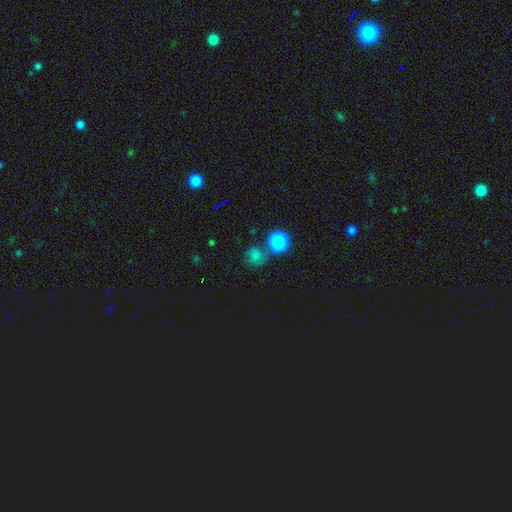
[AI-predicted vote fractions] A smooth galaxy with no disk features (63%) that is round (84%).

Vote fractions:
- Smooth or featured? smooth: 63% / star or artifact: 22% / featured or disk: 15%
- How rounded? round: 84% / in between: 15% / cigar-shaped: 1%
- Merging? none: 59% / merger: 18% / minor disturbance: 15% / major disturbance: 8%